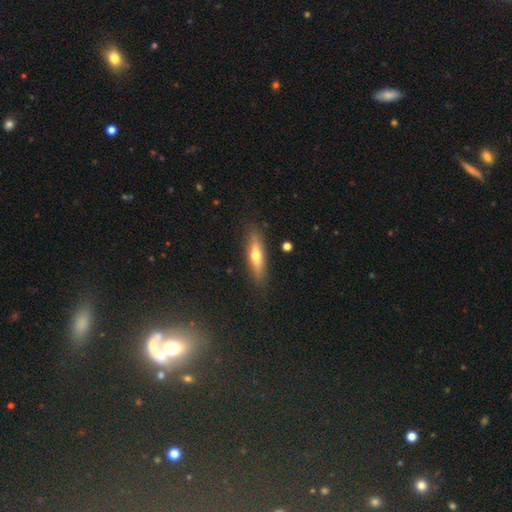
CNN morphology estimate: The model was most divided on "smooth or featured": smooth: 52%, featured or disk: 42%, star or artifact: 6%. More confident: merging — none (86%); how rounded — cigar-shaped (70%).